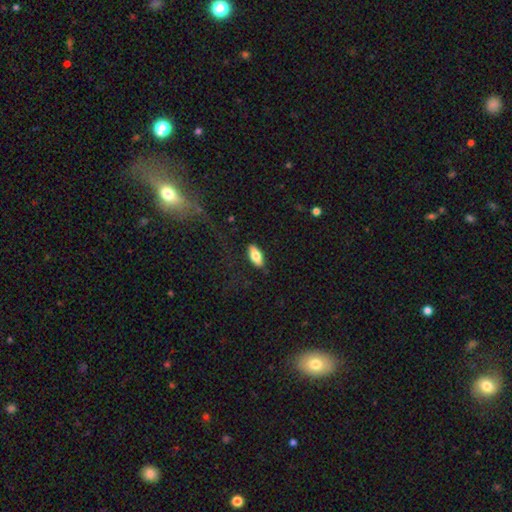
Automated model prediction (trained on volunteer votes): Q: Smooth or featured?
A: smooth (74%); runner-up: featured or disk (20%)
Q: How rounded?
A: in between (81%); runner-up: cigar-shaped (16%)
Q: Merging?
A: none (85%); runner-up: minor disturbance (10%)